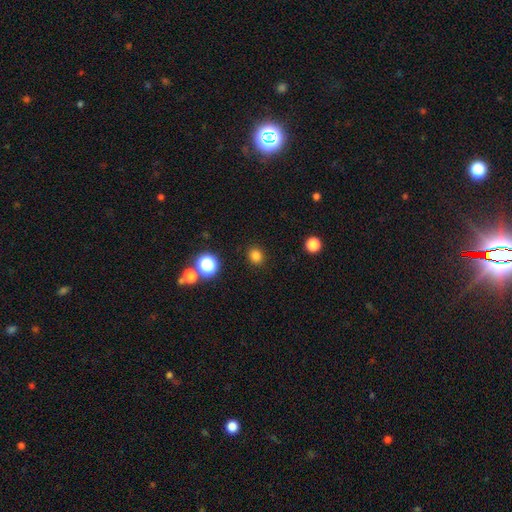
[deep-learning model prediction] Smooth or featured: smooth — 81% (star or artifact — 15%)
How rounded: round — 79% (in between — 20%)
Merging: none — 90% (minor disturbance — 6%)